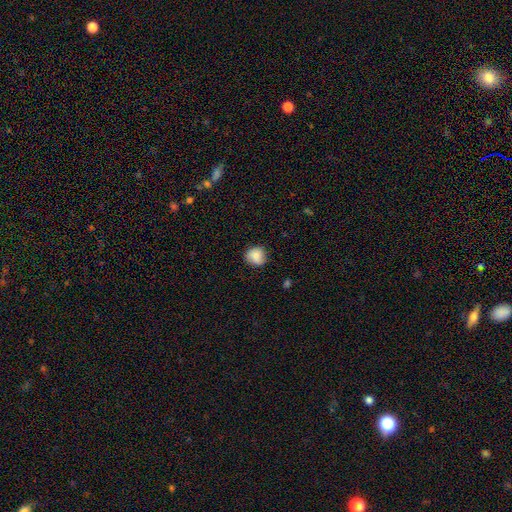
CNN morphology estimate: Smooth or featured?
  - smooth: 80% *
  - featured or disk: 12%
  - star or artifact: 8%
How rounded?
  - round: 86% *
  - in between: 13%
  - cigar-shaped: 1%
Merging?
  - none: 80% *
  - minor disturbance: 16%
  - major disturbance: 3%
  - merger: 1%